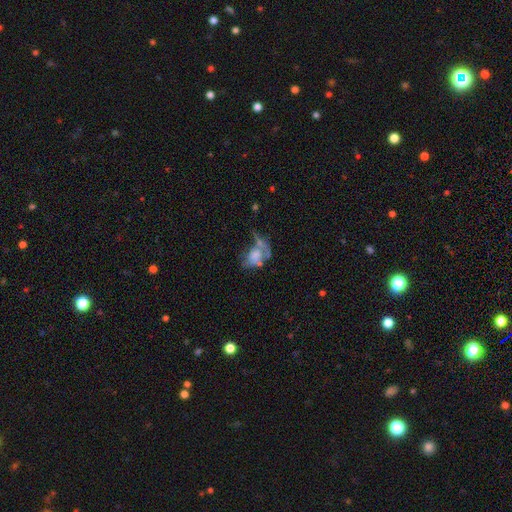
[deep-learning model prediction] Smooth or featured?
  - smooth: 48% *
  - featured or disk: 41%
  - star or artifact: 11%
Merging?
  - major disturbance: 35% *
  - merger: 30%
  - none: 20%
  - minor disturbance: 15%